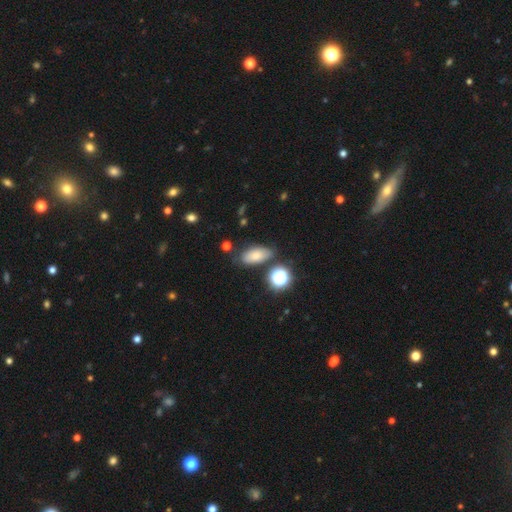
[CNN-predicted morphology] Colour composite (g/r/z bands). It shows a smooth galaxy with no disk features (74%) that is in between round and cigar-shaped (85%). Merging: none (73%).